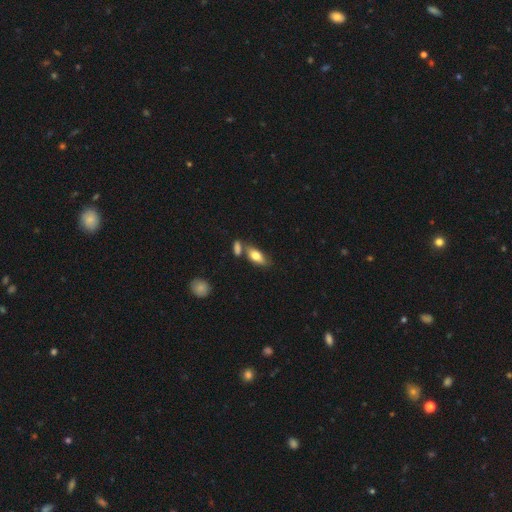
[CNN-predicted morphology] A smooth galaxy with no disk features (75%) that is in between round and cigar-shaped (82%).

Vote fractions:
- Smooth or featured? smooth: 75% / featured or disk: 18% / star or artifact: 7%
- How rounded? in between: 82% / cigar-shaped: 14% / round: 3%
- Merging? none: 57% / merger: 23% / minor disturbance: 15% / major disturbance: 4%